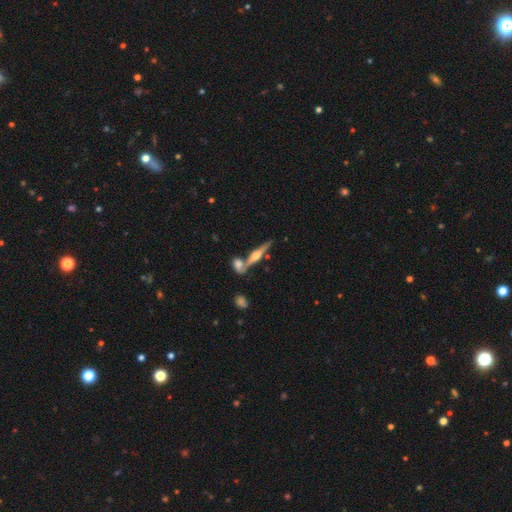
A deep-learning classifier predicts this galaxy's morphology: Q: Smooth or featured?
A: featured or disk (75%); runner-up: smooth (18%)
Q: Edge-on disk?
A: yes (97%); runner-up: no (3%)
Q: Edge-on bulge?
A: rounded (91%); runner-up: boxy (6%)
Q: Merging?
A: none (65%); runner-up: merger (23%)